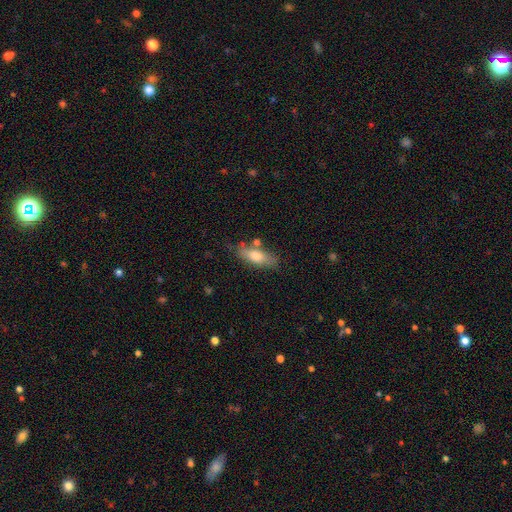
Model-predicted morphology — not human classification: The model was most divided on "how rounded": in between: 63%, cigar-shaped: 34%, round: 3%. More confident: smooth or featured — smooth (71%); merging — none (69%).